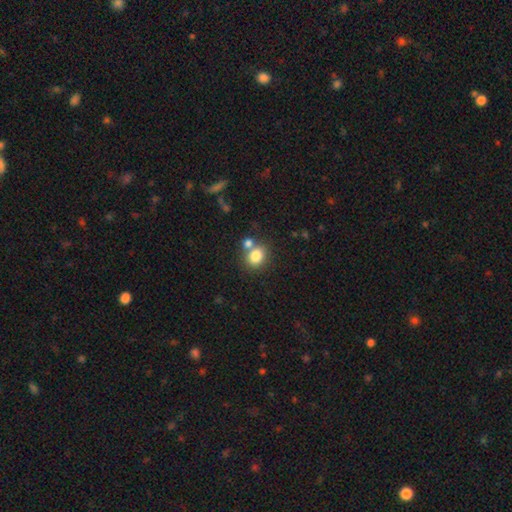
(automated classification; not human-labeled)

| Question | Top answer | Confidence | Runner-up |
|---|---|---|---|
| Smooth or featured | smooth | 82% | star or artifact (10%) |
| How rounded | round | 54% | in between (45%) |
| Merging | none | 59% | merger (27%) |